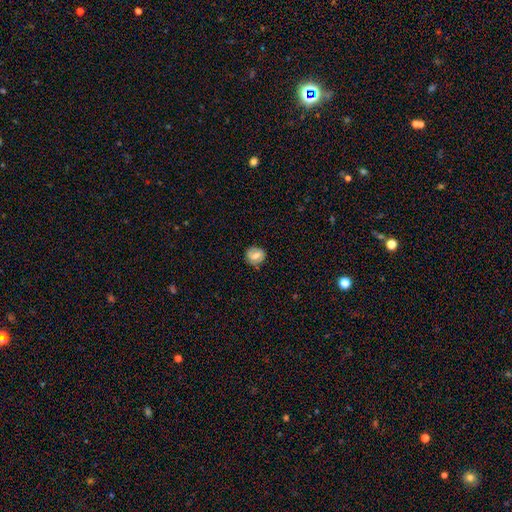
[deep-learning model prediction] Overall: smooth (55%; featured or disk 37%). How rounded: round (84%). Merging: none (82%).